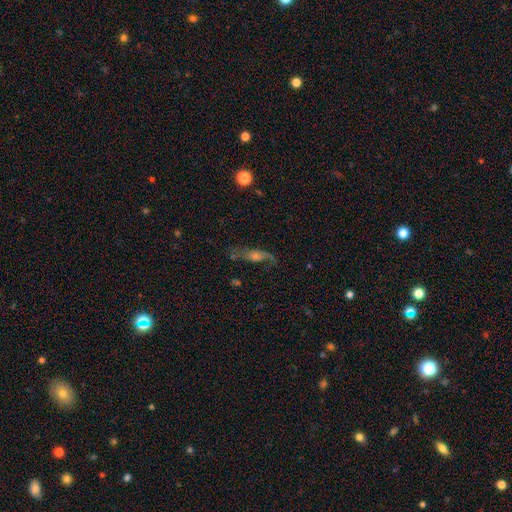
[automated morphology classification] Smooth or featured? featured or disk (62%)
Edge-on disk? no (64%)
Merging? none (58%)